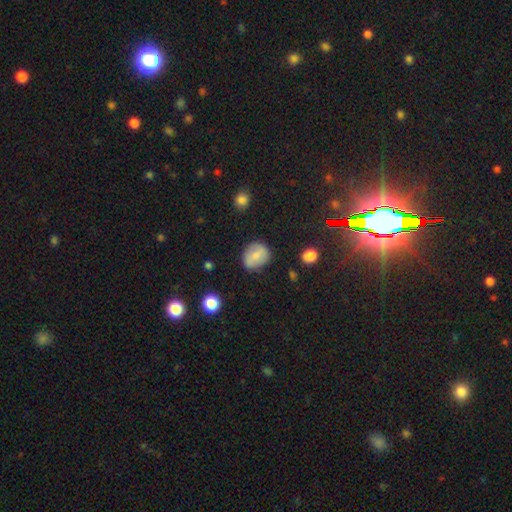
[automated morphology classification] Smooth or featured? smooth (68%)
How rounded? round (61%)
Merging? none (77%)